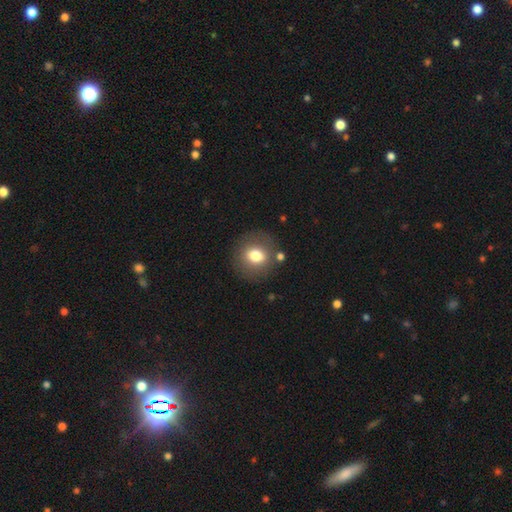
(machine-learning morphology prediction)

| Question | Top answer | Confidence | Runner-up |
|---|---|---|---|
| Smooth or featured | smooth | 72% | featured or disk (18%) |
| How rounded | round | 80% | in between (19%) |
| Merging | none | 83% | minor disturbance (10%) |